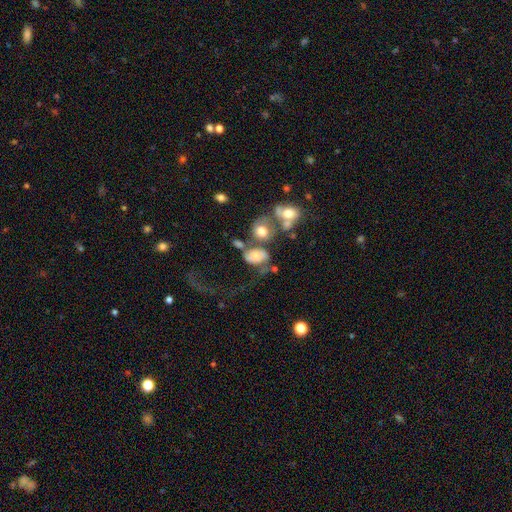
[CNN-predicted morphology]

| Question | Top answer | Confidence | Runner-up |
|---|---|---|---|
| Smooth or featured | smooth | 47% | featured or disk (40%) |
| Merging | merger | 36% | major disturbance (29%) |